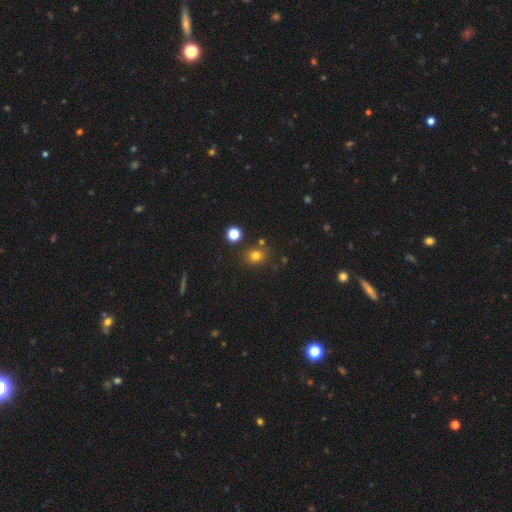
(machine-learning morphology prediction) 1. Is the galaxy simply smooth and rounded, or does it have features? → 77% smooth, 16% star or artifact, 7% featured or disk.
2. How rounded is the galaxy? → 70% round, 29% in between, 1% cigar-shaped.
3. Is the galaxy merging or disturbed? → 78% none, 11% minor disturbance, 7% merger, 3% major disturbance.